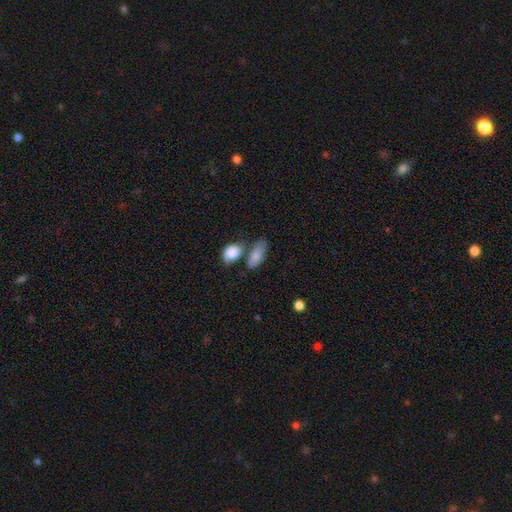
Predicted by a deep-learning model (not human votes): This appears to be a smooth galaxy with no disk features (79%) that is in between round and cigar-shaped (86%). Merging: none (47%).